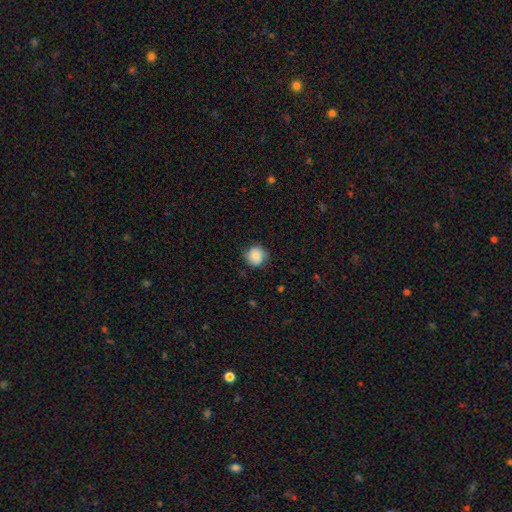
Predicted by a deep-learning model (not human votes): The model was most divided on "merging": none: 82%, minor disturbance: 14%, major disturbance: 3%, merger: 1%. More confident: how rounded — round (92%); smooth or featured — smooth (86%).